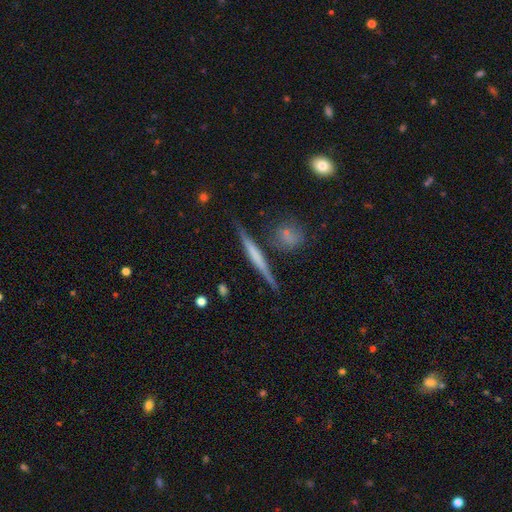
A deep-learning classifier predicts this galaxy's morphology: Smooth or featured? Predicted: featured or disk (p=0.61). Edge-on disk? Predicted: yes (p=0.96). Edge-on bulge? Predicted: none (p=0.57). Merging? Predicted: none (p=0.81).